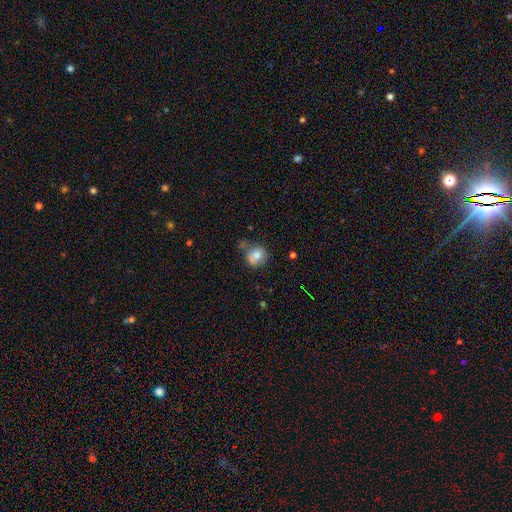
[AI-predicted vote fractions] Smooth or featured: smooth — 78% (featured or disk — 12%)
How rounded: round — 77% (in between — 22%)
Merging: none — 54% (minor disturbance — 25%)